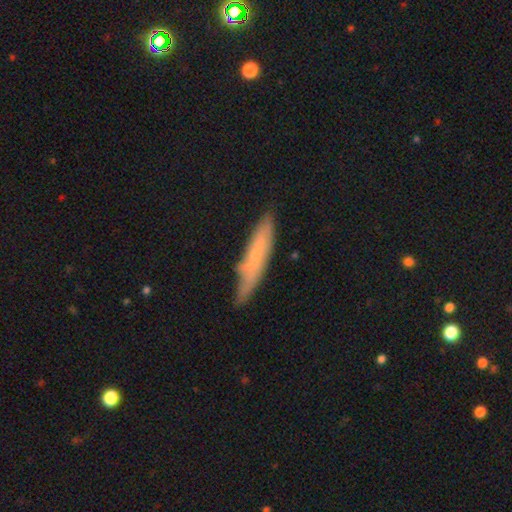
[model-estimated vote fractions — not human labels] A smooth galaxy with no disk features (51%) that is cigar-shaped (86%). Merging: none (70%).